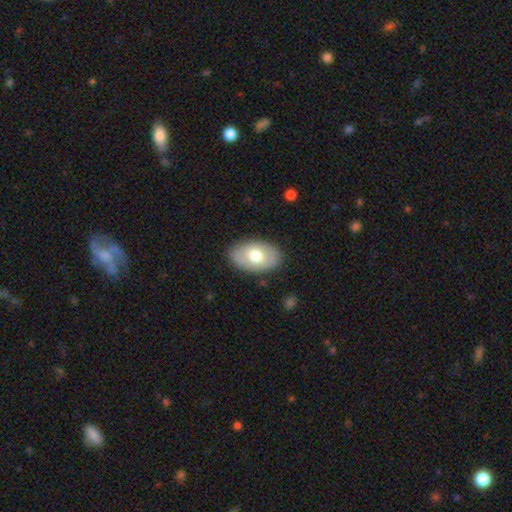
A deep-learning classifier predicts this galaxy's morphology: This is likely a smooth galaxy (65%). How rounded: clearly in between (91%). Merging: clearly none (84%).